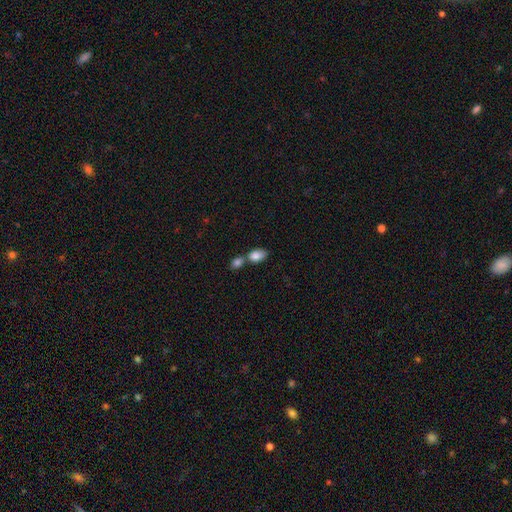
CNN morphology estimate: type=smooth (84%); roundness=in between (87%); merging=merger (57%).